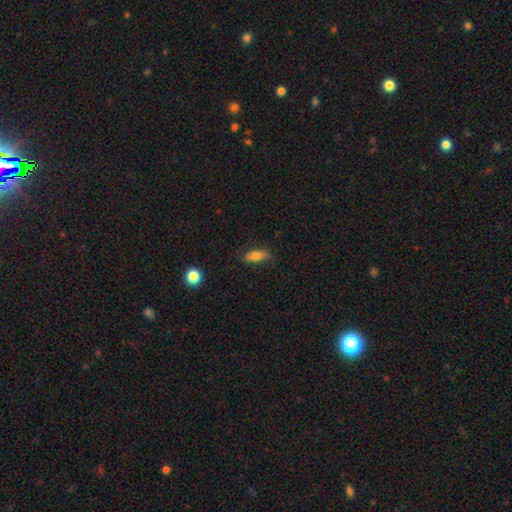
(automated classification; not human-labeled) Smooth or featured? Predicted: smooth (p=0.76). How rounded? Predicted: in between (p=0.76). Merging? Predicted: none (p=0.81).